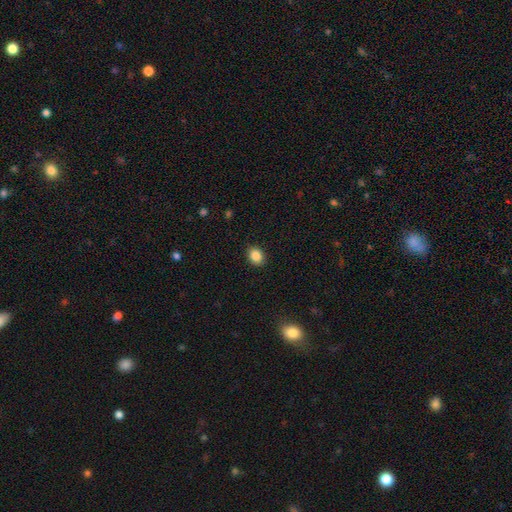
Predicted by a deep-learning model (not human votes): Smooth or featured? smooth (87%)
How rounded? in between (54%)
Merging? none (90%)